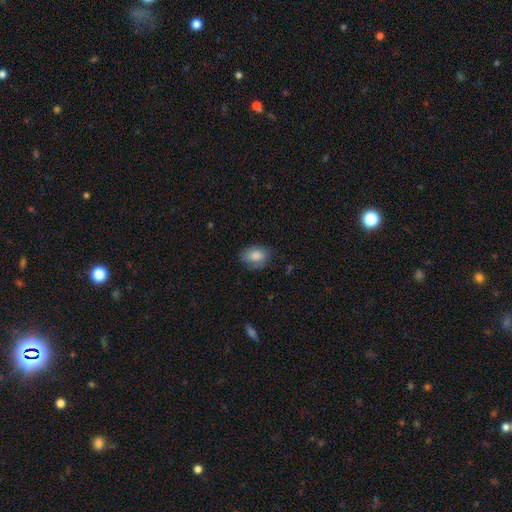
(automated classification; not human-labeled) Smooth or featured? Predicted: smooth (p=0.85). How rounded? Predicted: in between (p=0.80). Merging? Predicted: none (p=0.76).